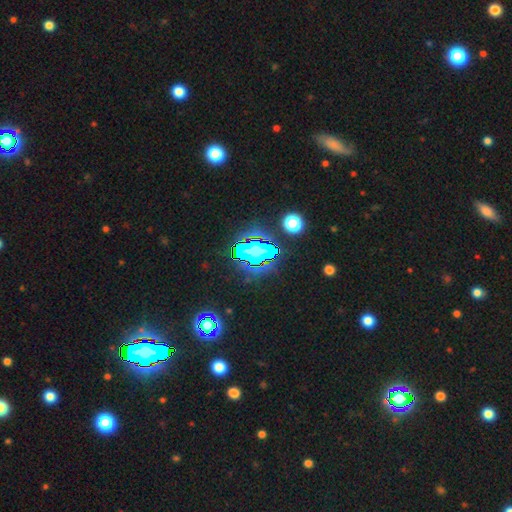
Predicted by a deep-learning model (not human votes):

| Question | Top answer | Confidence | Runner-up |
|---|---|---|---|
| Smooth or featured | star or artifact | 79% | smooth (13%) |